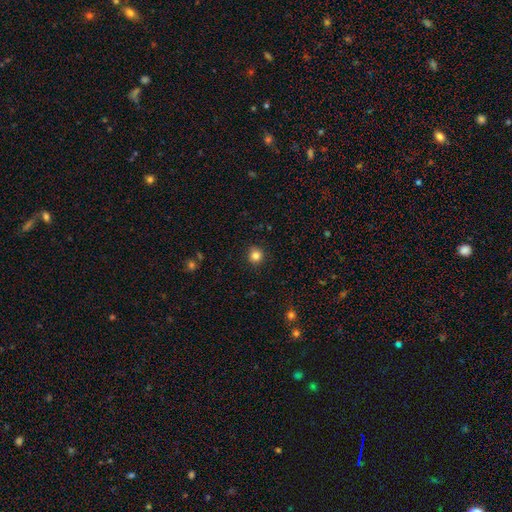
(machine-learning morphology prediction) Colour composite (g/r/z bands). It shows a smooth galaxy with no disk features (83%) that is round (93%). Merging: none (91%).